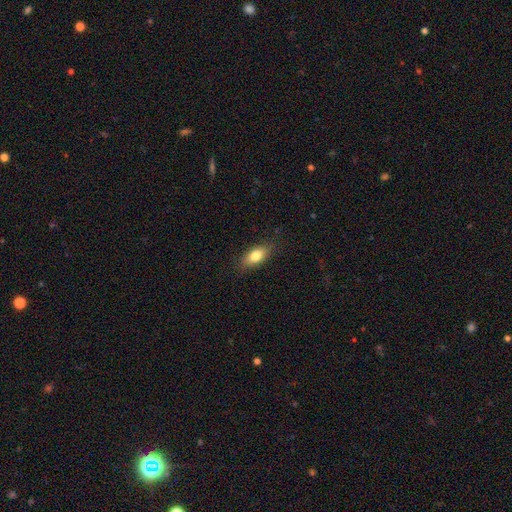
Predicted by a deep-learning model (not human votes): Smooth or featured: smooth — 79% (featured or disk — 13%)
How rounded: in between — 83% (cigar-shaped — 11%)
Merging: none — 84% (minor disturbance — 13%)